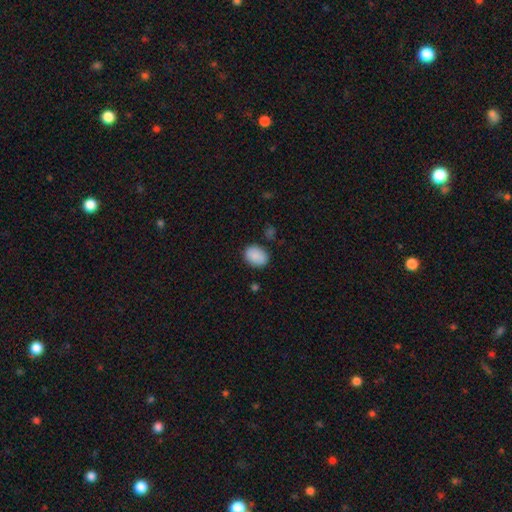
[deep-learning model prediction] A smooth galaxy with no disk features (89%) that is in between round and cigar-shaped (73%).

Vote fractions:
- Smooth or featured? smooth: 89% / star or artifact: 7% / featured or disk: 4%
- How rounded? in between: 73% / round: 26% / cigar-shaped: 1%
- Merging? none: 82% / minor disturbance: 13% / major disturbance: 3% / merger: 2%